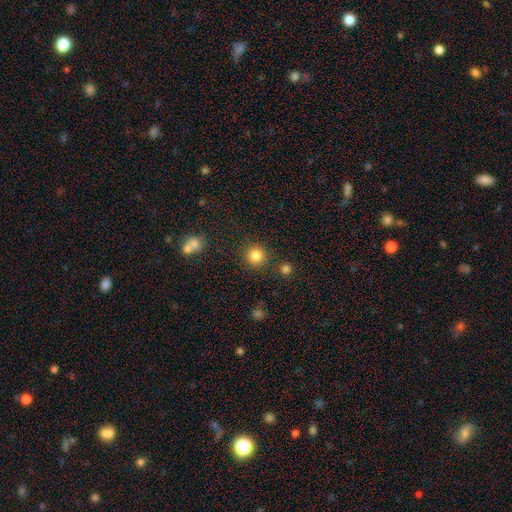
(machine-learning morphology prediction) Q: Smooth or featured?
A: smooth (84%); runner-up: star or artifact (12%)
Q: How rounded?
A: round (94%); runner-up: in between (5%)
Q: Merging?
A: none (87%); runner-up: minor disturbance (6%)